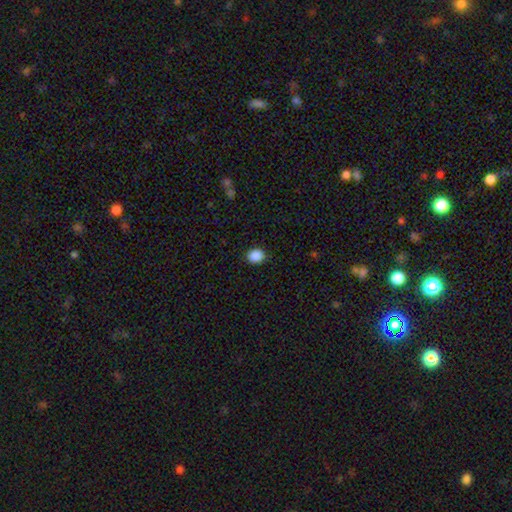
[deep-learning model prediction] smooth 89%, star or artifact 8%, featured or disk 3%. Down the decision tree: how rounded — round (60%); merging — none (90%).